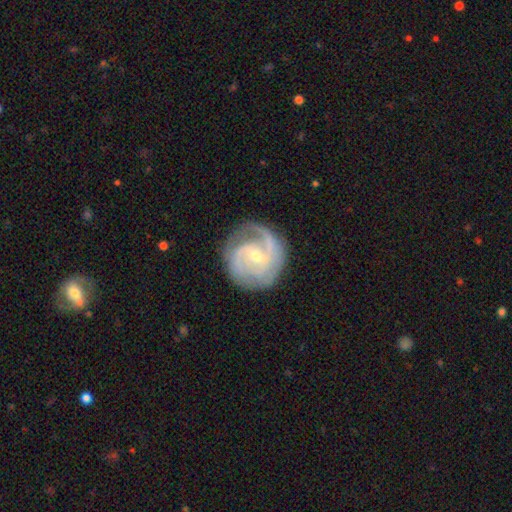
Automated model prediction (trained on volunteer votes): This is clearly a featured or disk galaxy (87%). It is clearly not viewed edge-on (98%). Bar: possibly no (54%). Spiral arm pattern: clearly yes (97%). Spiral arm count: possibly 2 (51%). Spiral winding: possibly tight (46%). Central bulge: likely small (63%). Merging: likely none (75%).